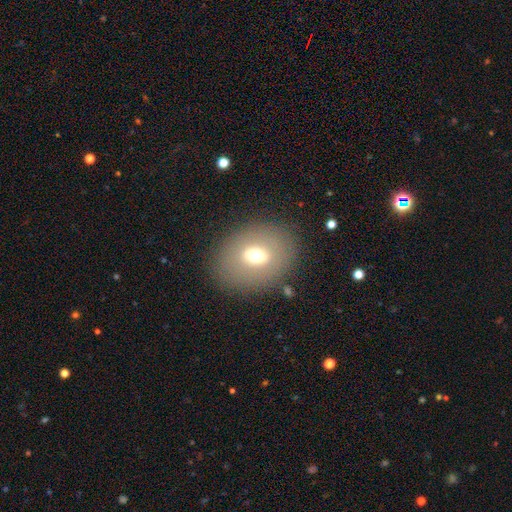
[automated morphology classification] smooth 59%, featured or disk 31%, star or artifact 11%. Down the decision tree: how rounded — in between (57%); merging — none (84%).